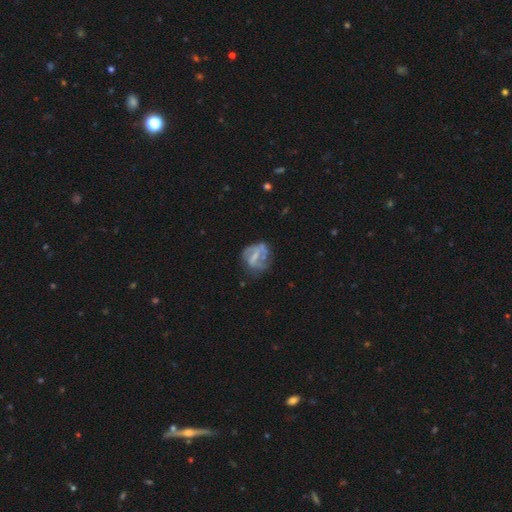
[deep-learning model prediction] Overall: featured or disk (63%; smooth 28%). Edge-on disk: no (97%). Bar: weak (40%; strong 32%). Spiral arms: yes (55%; no 45%). Bulge size: none (38%; small 36%). Merging: none (45%; major disturbance 26%).